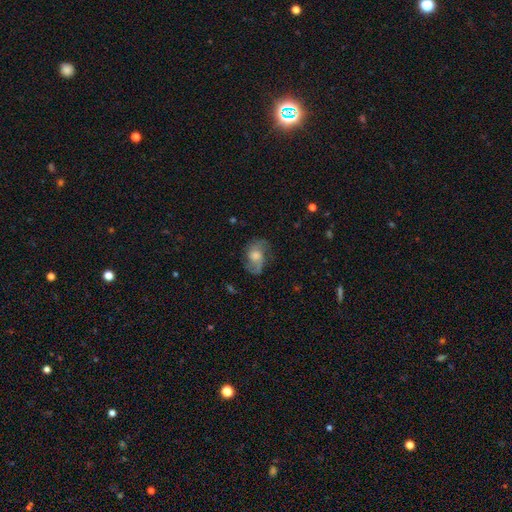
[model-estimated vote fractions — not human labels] Smooth or featured? featured or disk (59%)
Edge-on disk? no (96%)
Bar? no (67%)
Spiral arms? yes (83%)
Bulge size? moderate (43%)
Merging? none (56%)